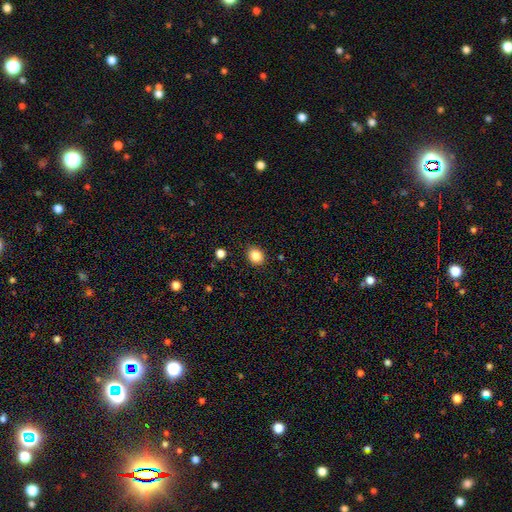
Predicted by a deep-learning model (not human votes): This is clearly a smooth galaxy (86%). How rounded: likely round (64%). Merging: clearly none (90%).